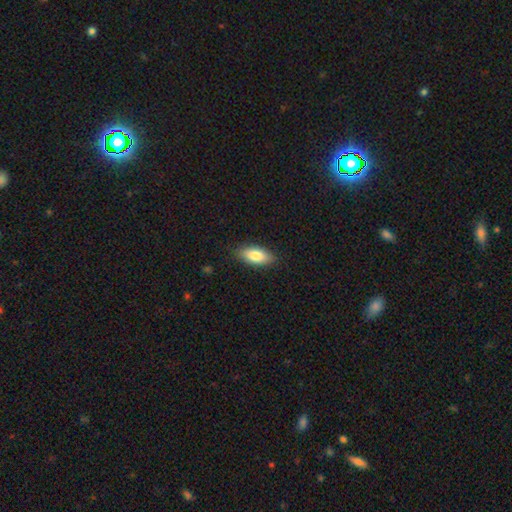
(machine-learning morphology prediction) Smooth or featured? smooth (82%)
How rounded? in between (86%)
Merging? none (86%)